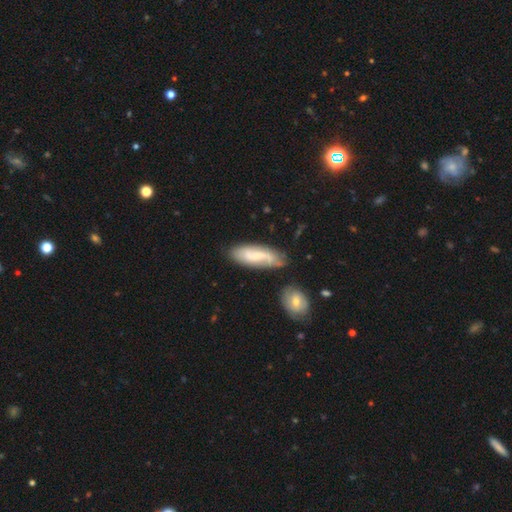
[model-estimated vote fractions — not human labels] Smooth or featured?
  - featured or disk: 47% *
  - smooth: 46%
  - star or artifact: 7%
Merging?
  - none: 63% *
  - minor disturbance: 21%
  - merger: 9%
  - major disturbance: 7%